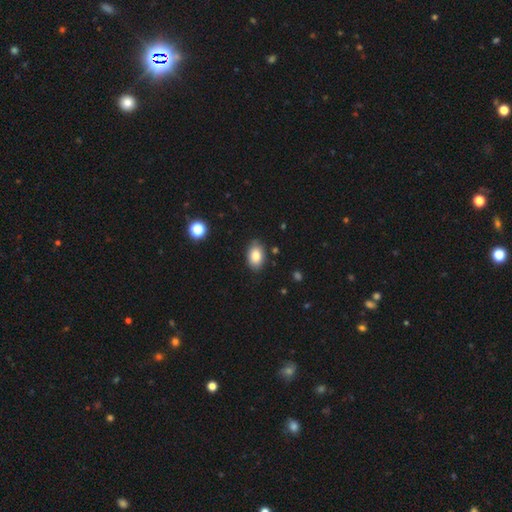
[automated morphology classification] Smooth or featured? smooth (84%)
How rounded? in between (88%)
Merging? none (84%)